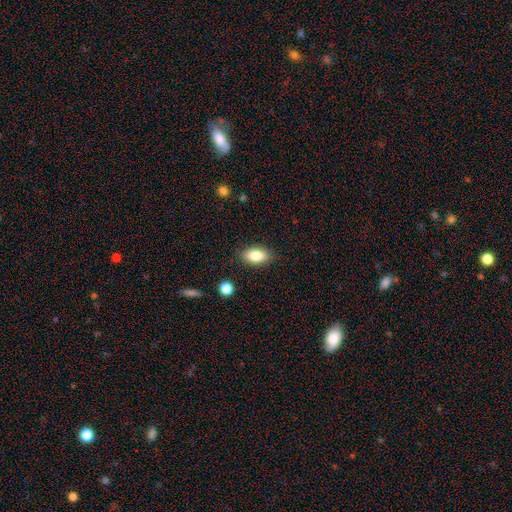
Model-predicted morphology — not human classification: type=smooth (83%); roundness=in between (88%); merging=none (85%).